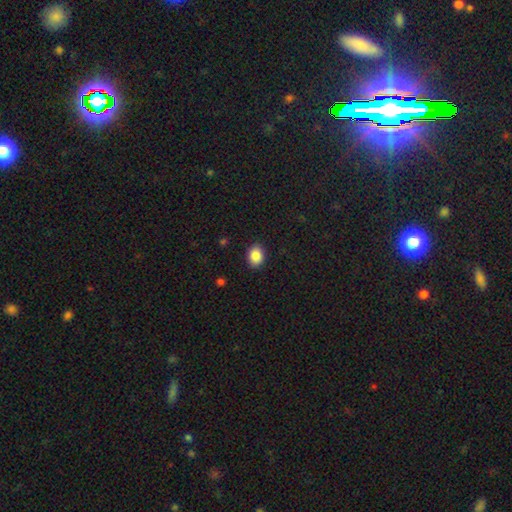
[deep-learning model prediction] A smooth galaxy with no disk features (87%) that is in between round and cigar-shaped (65%).

Vote fractions:
- Smooth or featured? smooth: 87% / star or artifact: 8% / featured or disk: 5%
- How rounded? in between: 65% / round: 34% / cigar-shaped: 1%
- Merging? none: 89% / minor disturbance: 8% / major disturbance: 2% / merger: 1%